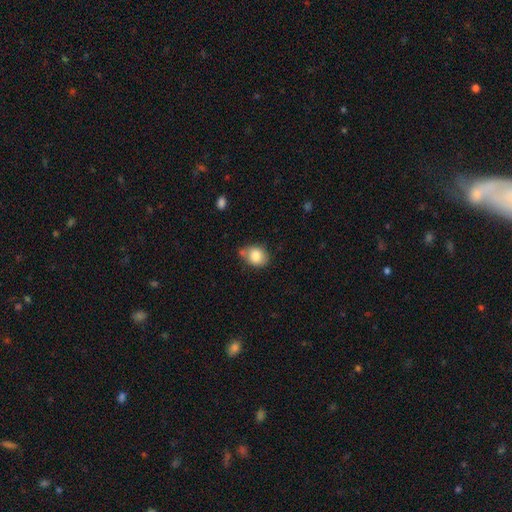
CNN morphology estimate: smooth_or_featured: smooth (p=0.82) [alt: featured or disk p=0.09]
how_rounded: in between (p=0.53) [alt: round p=0.46]
merging: none (p=0.56) [alt: minor disturbance p=0.27]